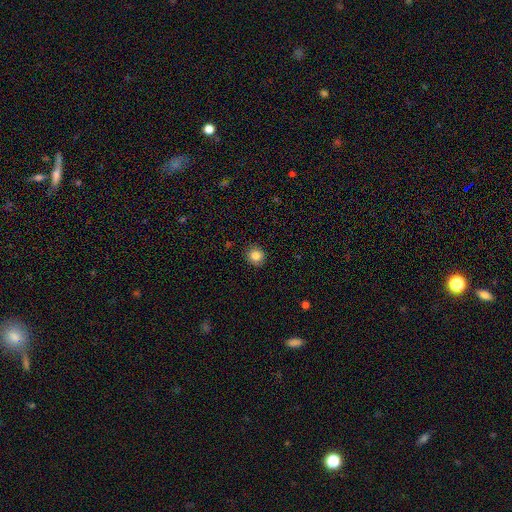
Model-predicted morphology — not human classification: smooth-or-featured: smooth: 85% | star or artifact: 10% | featured or disk: 5%
  how-rounded: round: 88% | in between: 11% | cigar-shaped: 1%
  merging: none: 90% | minor disturbance: 7% | major disturbance: 2% | merger: 1%